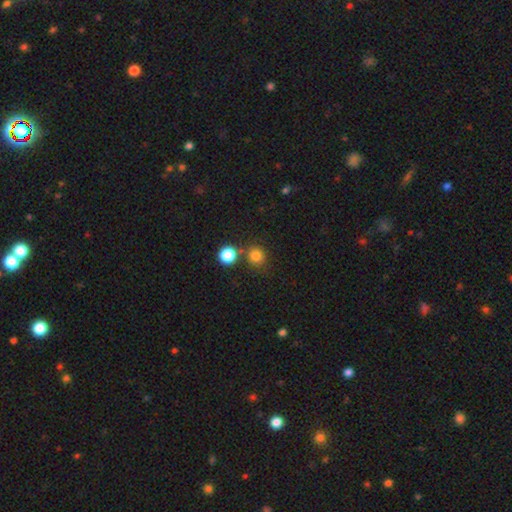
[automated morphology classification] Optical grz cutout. It shows a smooth galaxy with no disk features (80%) that is round (88%). Merging: none (71%).